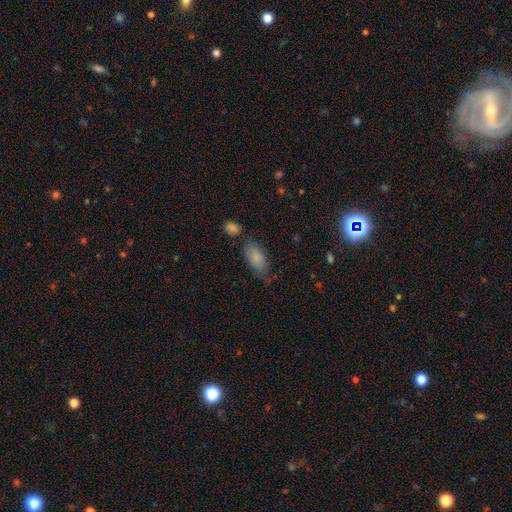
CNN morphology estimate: smooth_or_featured: smooth (p=0.82) [alt: featured or disk p=0.11]
how_rounded: in between (p=0.91) [alt: cigar-shaped p=0.06]
merging: none (p=0.57) [alt: minor disturbance p=0.28]